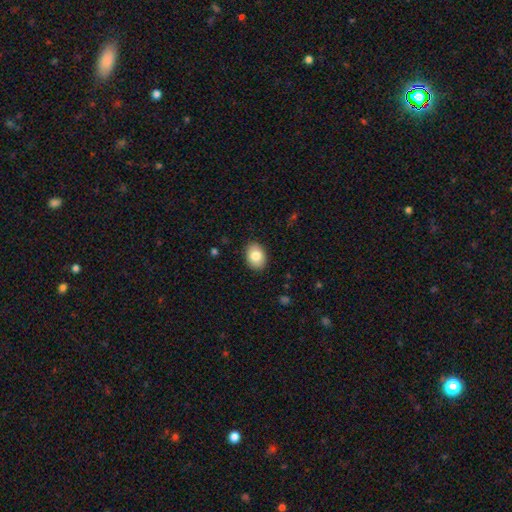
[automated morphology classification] smooth 84%, featured or disk 9%, star or artifact 7%. Down the decision tree: how rounded — in between (76%); merging — none (89%).